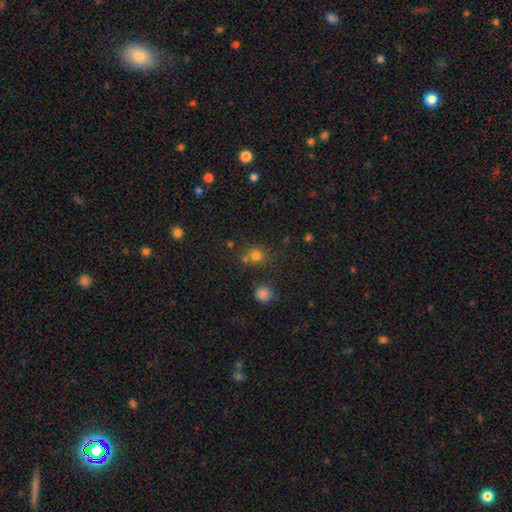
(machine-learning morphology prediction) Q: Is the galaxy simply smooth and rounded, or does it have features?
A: smooth — 75%.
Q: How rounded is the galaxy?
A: round — 83%.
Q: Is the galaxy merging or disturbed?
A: none — 67%.